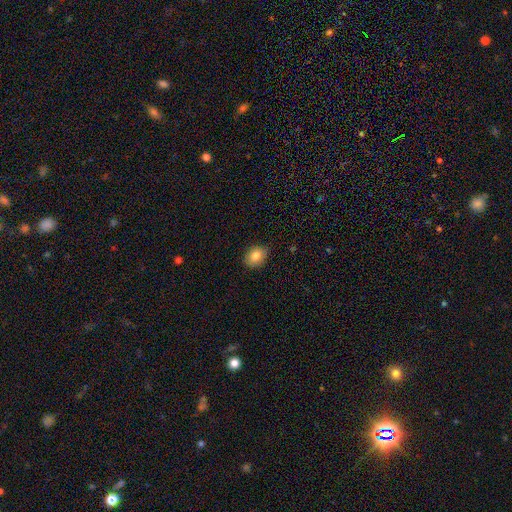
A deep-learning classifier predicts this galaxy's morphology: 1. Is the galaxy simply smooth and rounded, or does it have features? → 83% smooth, 9% star or artifact, 8% featured or disk.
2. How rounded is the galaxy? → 66% in between, 33% round, 1% cigar-shaped.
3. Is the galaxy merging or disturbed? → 87% none, 10% minor disturbance, 2% major disturbance, 1% merger.